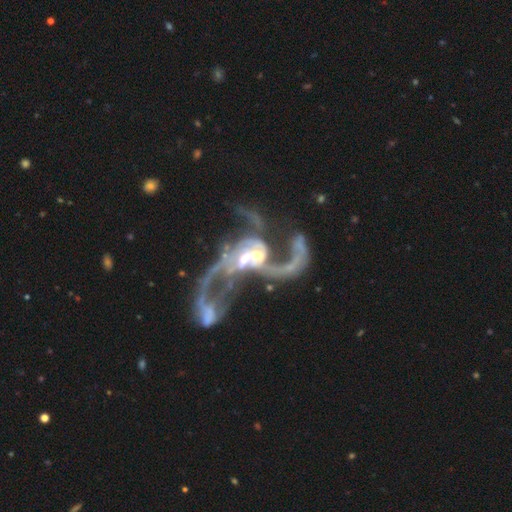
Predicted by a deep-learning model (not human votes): Smooth or featured? Predicted: featured or disk (p=0.86). Edge-on disk? Predicted: no (p=0.97). Bar? Predicted: no (p=0.56). Spiral arms? Predicted: yes (p=0.84). Spiral winding? Predicted: loose (p=0.72). Spiral arm count? Predicted: 2 (p=0.49). Bulge size? Predicted: moderate (p=0.53). Merging? Predicted: merger (p=0.65).